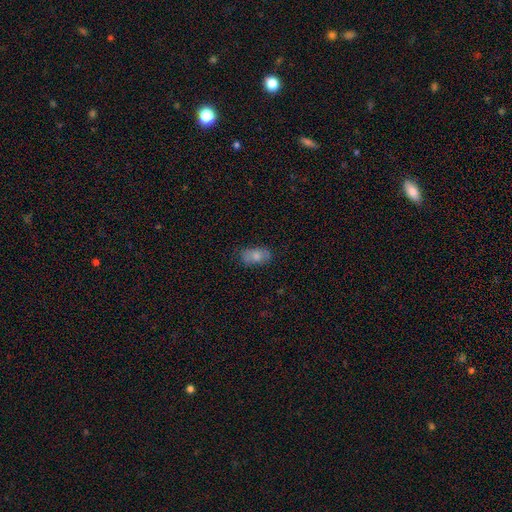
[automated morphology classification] Smooth or featured? smooth (76%)
How rounded? in between (91%)
Merging? none (71%)